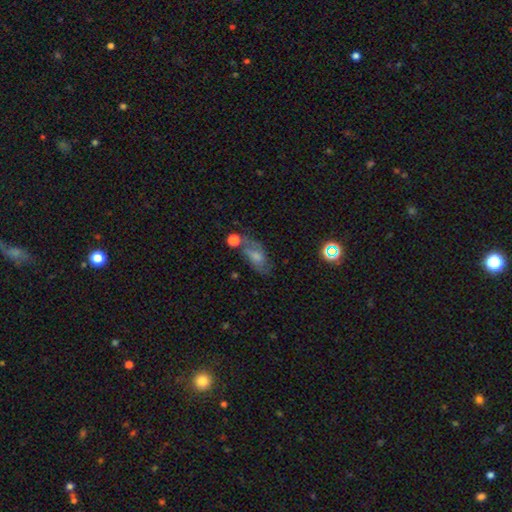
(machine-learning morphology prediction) smooth 49%, featured or disk 38%, star or artifact 13%. Down the decision tree: merging — none (52%).